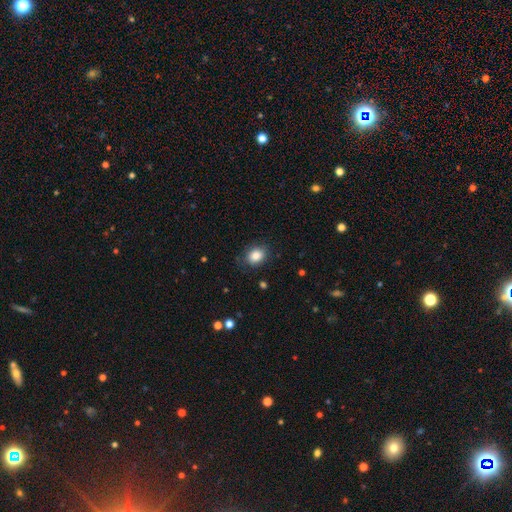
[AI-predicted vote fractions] Q: Smooth or featured?
A: smooth (85%); runner-up: star or artifact (9%)
Q: How rounded?
A: in between (51%); runner-up: round (48%)
Q: Merging?
A: none (80%); runner-up: minor disturbance (15%)